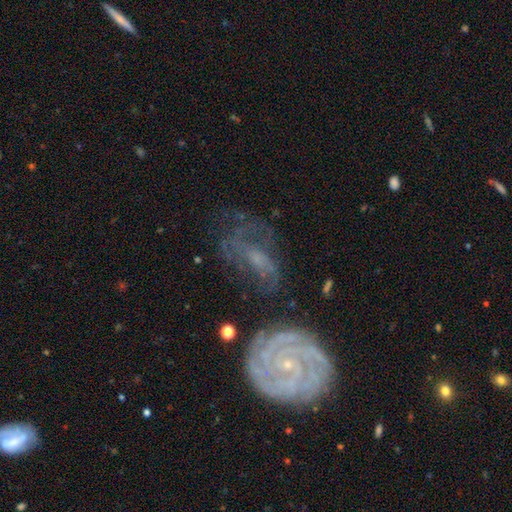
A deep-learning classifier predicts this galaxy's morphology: smooth-or-featured: featured or disk: 73% | smooth: 14% | star or artifact: 13%
  disk-edge-on: no: 92% | yes: 8%
    bar: no: 52% | weak: 35% | strong: 13%
    has-spiral-arms: yes: 89% | no: 11%
      spiral-winding: tight: 64% | medium: 27% | loose: 8%
      spiral-arm-count: can't tell: 40% | 3: 19% | 2: 18% | 4: 10% | more than 4: 6% | 1: 6%
    bulge-size: small: 75% | moderate: 17% | none: 5% | large: 2% | dominant: 1%
  merging: none: 57% | minor disturbance: 21% | major disturbance: 12% | merger: 10%